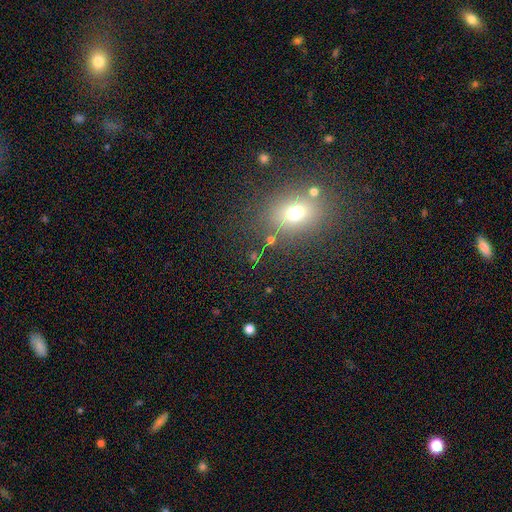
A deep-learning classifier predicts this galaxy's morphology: smooth-or-featured: smooth: 59% | star or artifact: 28% | featured or disk: 13%
  how-rounded: round: 51% | in between: 47% | cigar-shaped: 3%
  merging: none: 76% | minor disturbance: 12% | merger: 6% | major disturbance: 6%